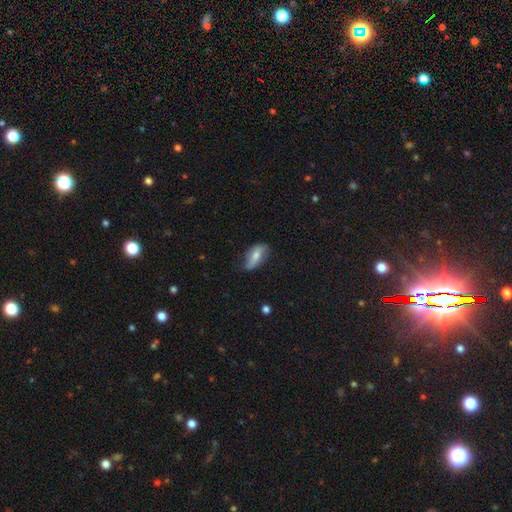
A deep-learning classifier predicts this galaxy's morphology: This is likely a smooth galaxy (62%). How rounded: clearly in between (83%). Merging: likely none (65%).